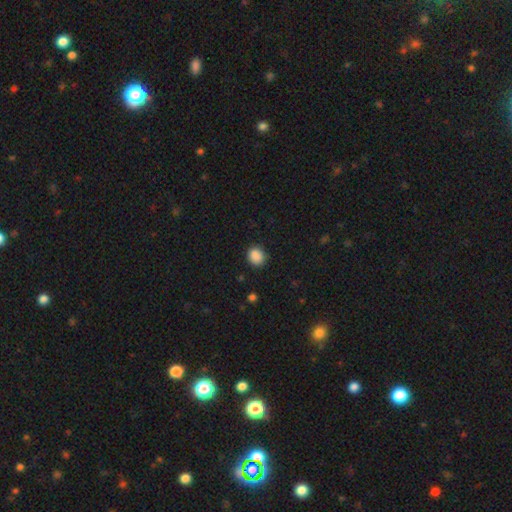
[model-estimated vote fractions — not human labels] Smooth or featured: smooth — 88% (star or artifact — 9%)
How rounded: round — 73% (in between — 26%)
Merging: none — 87% (minor disturbance — 9%)